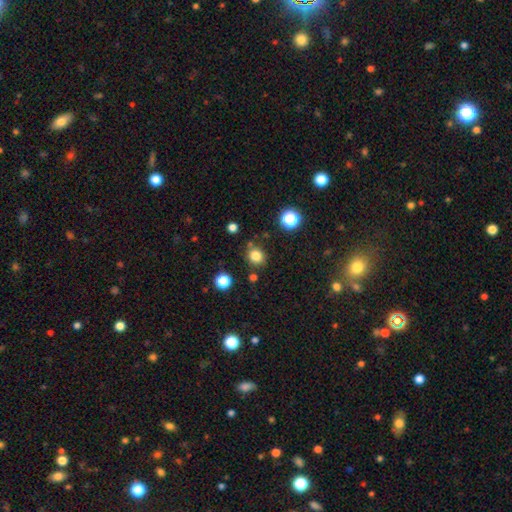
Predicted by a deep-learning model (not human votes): smooth_or_featured: smooth (p=0.82) [alt: star or artifact p=0.13]
how_rounded: round (p=0.83) [alt: in between p=0.16]
merging: none (p=0.79) [alt: minor disturbance p=0.11]